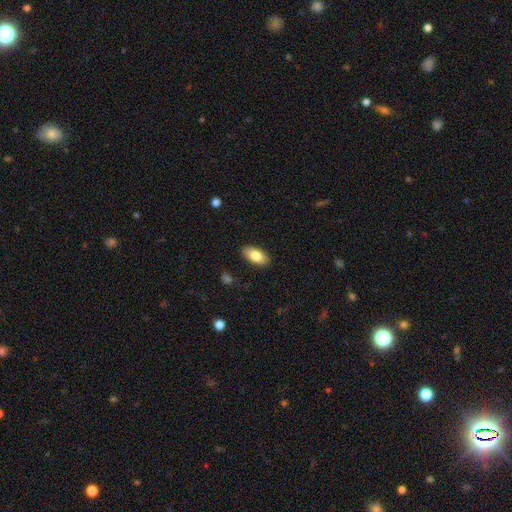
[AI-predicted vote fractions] A smooth galaxy with no disk features (82%) that is in between round and cigar-shaped (92%). Merging: none (88%).